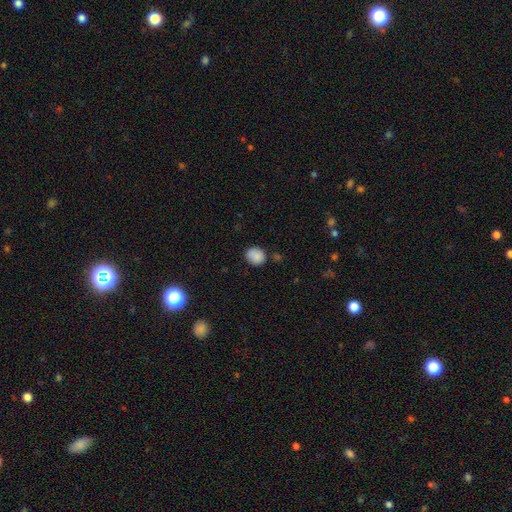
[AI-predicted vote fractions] smooth_or_featured: smooth (p=0.86) [alt: star or artifact p=0.09]
how_rounded: round (p=0.67) [alt: in between p=0.32]
merging: none (p=0.77) [alt: minor disturbance p=0.16]